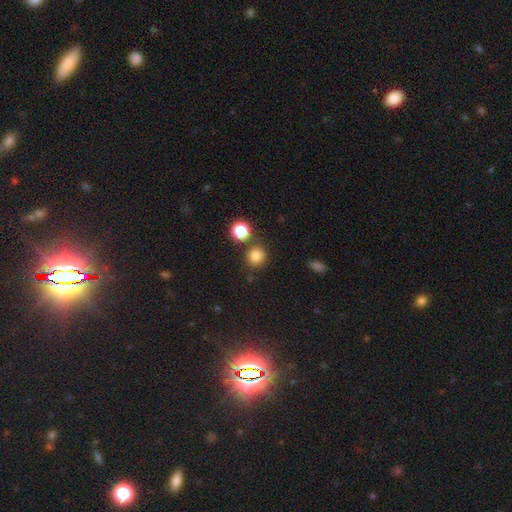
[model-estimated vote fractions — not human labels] This is clearly a smooth galaxy (81%). How rounded: clearly round (91%). Merging: likely none (79%).